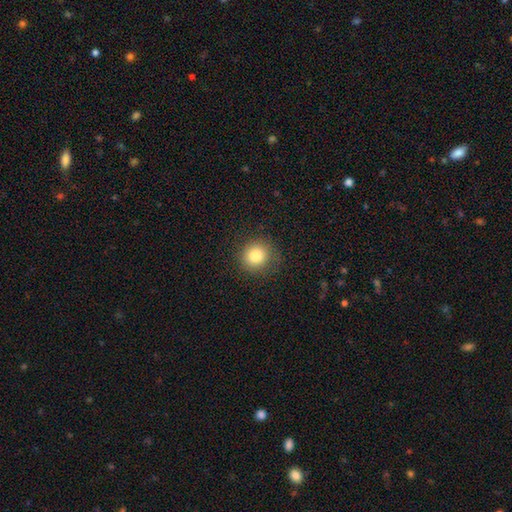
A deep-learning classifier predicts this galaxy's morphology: Smooth or featured? Predicted: smooth (p=0.83). How rounded? Predicted: round (p=0.90). Merging? Predicted: none (p=0.85).